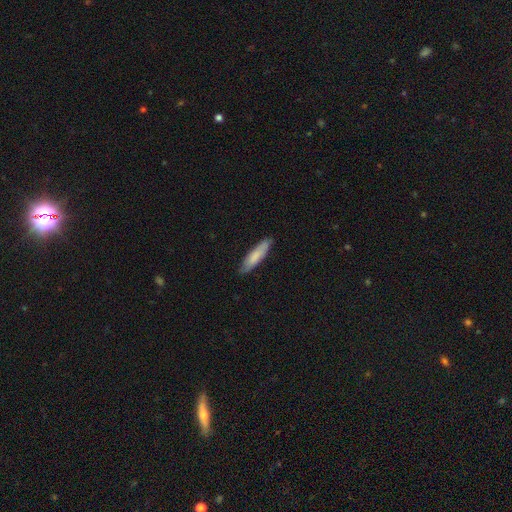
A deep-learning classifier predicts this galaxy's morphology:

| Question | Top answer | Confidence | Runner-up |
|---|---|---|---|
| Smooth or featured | smooth | 79% | featured or disk (16%) |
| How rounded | cigar-shaped | 78% | in between (21%) |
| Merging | none | 84% | minor disturbance (13%) |